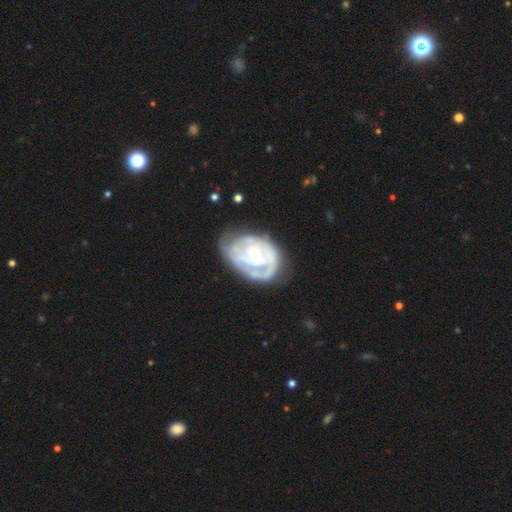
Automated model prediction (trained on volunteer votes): smooth_or_featured: featured or disk (p=0.78) [alt: smooth p=0.17]
disk_edge_on: no (p=0.97) [alt: yes p=0.03]
bar: no (p=0.72) [alt: weak p=0.23]
has_spiral_arms: yes (p=0.80) [alt: no p=0.20]
spiral_winding: tight (p=0.68) [alt: medium p=0.24]
spiral_arm_count: can't tell (p=0.45) [alt: 2 p=0.25]
bulge_size: small (p=0.59) [alt: moderate p=0.36]
merging: none (p=0.50) [alt: minor disturbance p=0.30]